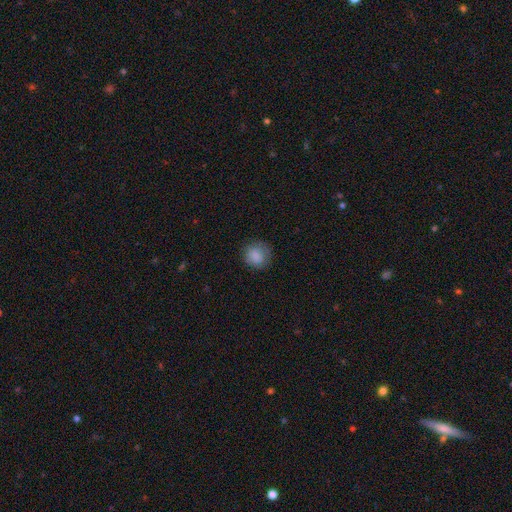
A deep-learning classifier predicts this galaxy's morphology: The model was most divided on "merging": none: 79%, minor disturbance: 15%, major disturbance: 5%, merger: 1%. More confident: how rounded — round (86%); smooth or featured — smooth (85%).